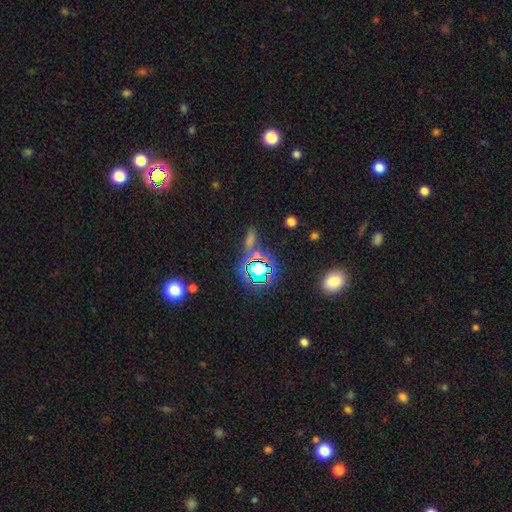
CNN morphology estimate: Smooth or featured: star or artifact — 72% (smooth — 17%)